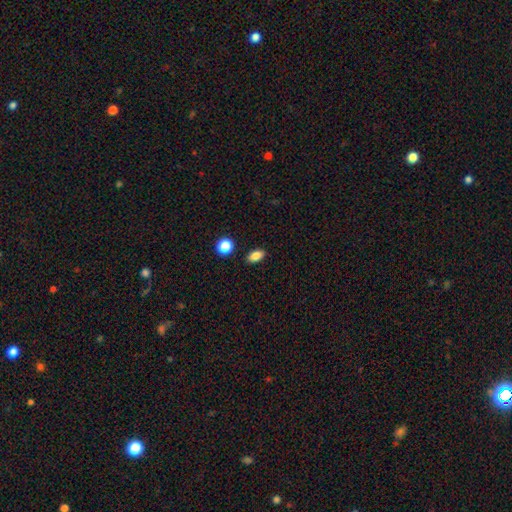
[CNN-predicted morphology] A smooth galaxy with no disk features (84%) that is in between round and cigar-shaped (87%).

Vote fractions:
- Smooth or featured? smooth: 84% / star or artifact: 10% / featured or disk: 6%
- How rounded? in between: 87% / round: 9% / cigar-shaped: 4%
- Merging? none: 87% / minor disturbance: 8% / merger: 3% / major disturbance: 2%